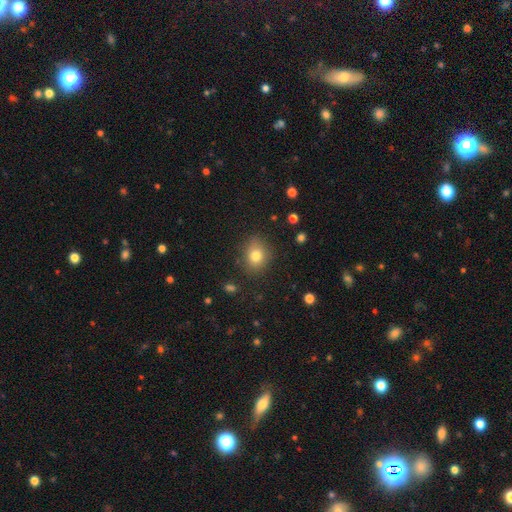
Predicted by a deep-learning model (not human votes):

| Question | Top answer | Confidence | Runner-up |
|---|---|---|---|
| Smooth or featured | smooth | 78% | star or artifact (12%) |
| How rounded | round | 66% | in between (33%) |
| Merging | none | 80% | minor disturbance (14%) |